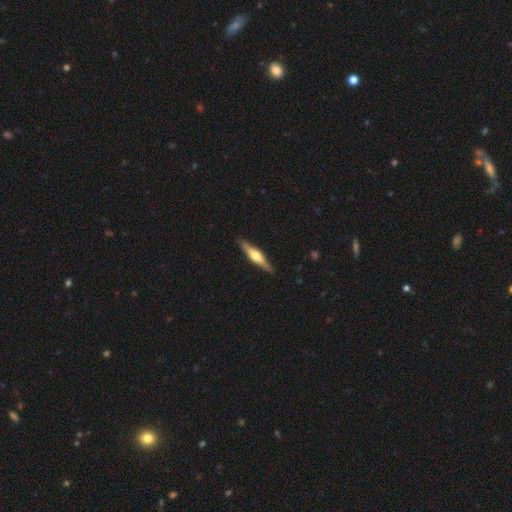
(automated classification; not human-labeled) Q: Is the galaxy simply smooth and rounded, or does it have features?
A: featured or disk — 69%.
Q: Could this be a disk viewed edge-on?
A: yes — 97%.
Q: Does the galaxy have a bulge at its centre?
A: rounded — 92%.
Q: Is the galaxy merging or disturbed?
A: none — 91%.